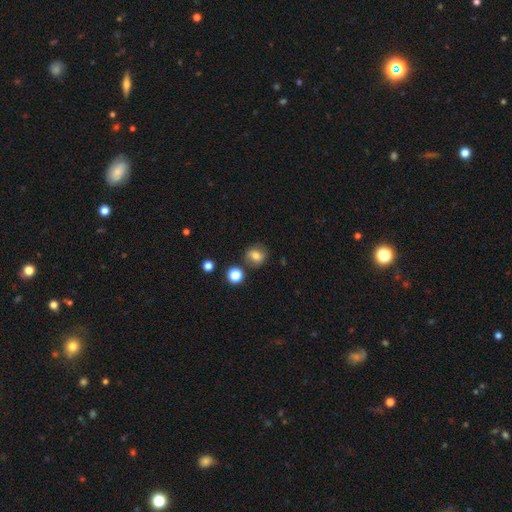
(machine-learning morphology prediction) Q: Smooth or featured?
A: smooth (70%); runner-up: featured or disk (17%)
Q: How rounded?
A: round (79%); runner-up: in between (20%)
Q: Merging?
A: none (78%); runner-up: minor disturbance (13%)